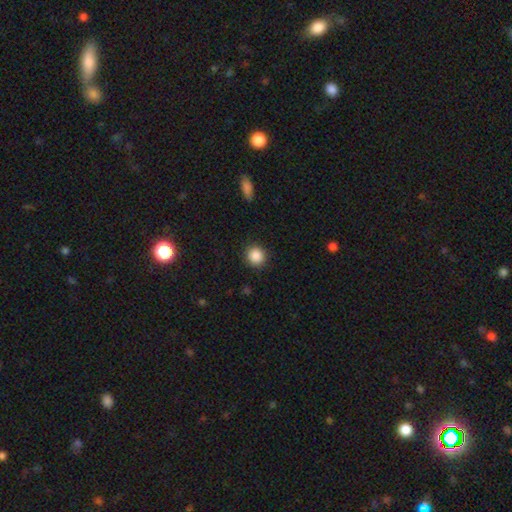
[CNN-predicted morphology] Overall: smooth (88%). How rounded: round (91%). Merging: none (90%).